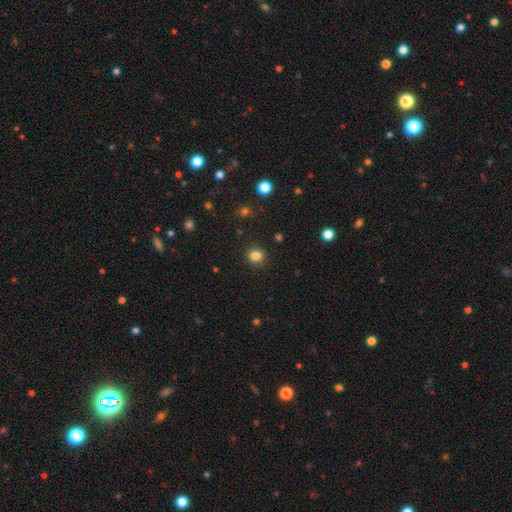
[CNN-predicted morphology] A smooth galaxy with no disk features (83%) that is round (83%).

Vote fractions:
- Smooth or featured? smooth: 83% / star or artifact: 13% / featured or disk: 4%
- How rounded? round: 83% / in between: 16% / cigar-shaped: 1%
- Merging? none: 90% / minor disturbance: 6% / major disturbance: 2% / merger: 1%